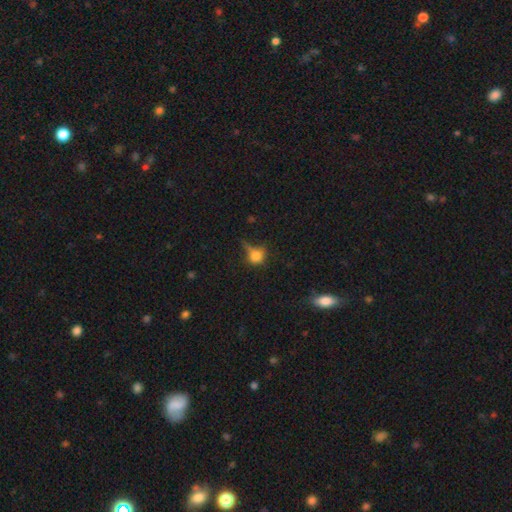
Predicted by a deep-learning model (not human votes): This is likely a smooth galaxy (73%). How rounded: likely round (73%). Merging: marginally none (41%).